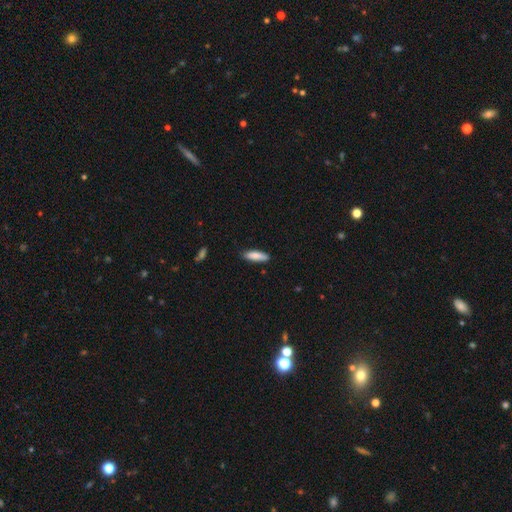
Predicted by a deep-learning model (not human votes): smooth-or-featured: smooth: 85% | featured or disk: 9% | star or artifact: 6%
  how-rounded: cigar-shaped: 57% | in between: 42% | round: 1%
  merging: none: 83% | minor disturbance: 13% | major disturbance: 2% | merger: 2%